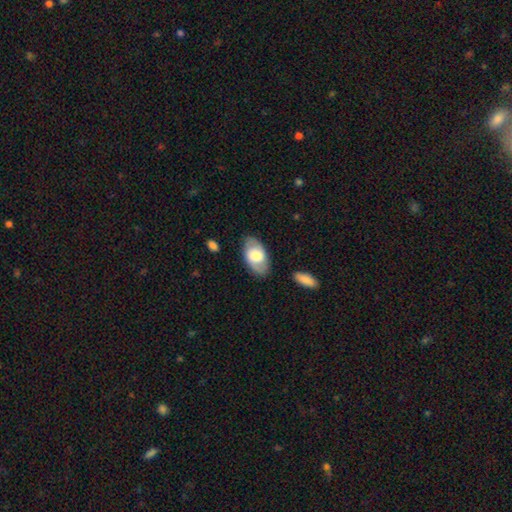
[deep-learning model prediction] A smooth galaxy with no disk features (58%) that is in between round and cigar-shaped (94%). Merging: none (81%).